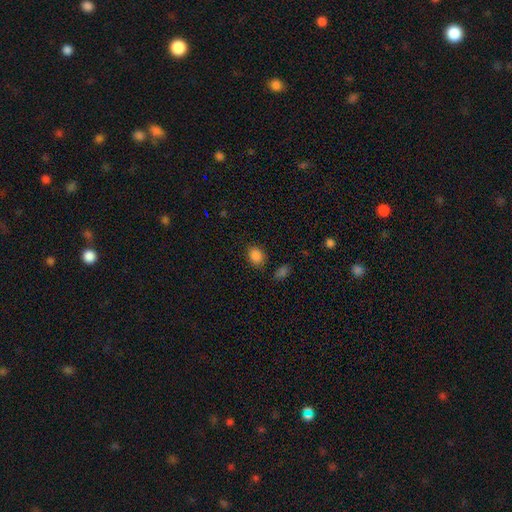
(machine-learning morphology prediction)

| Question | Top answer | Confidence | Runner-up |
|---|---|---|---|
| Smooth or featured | smooth | 84% | star or artifact (12%) |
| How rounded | in between | 56% | round (43%) |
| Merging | none | 80% | minor disturbance (13%) |